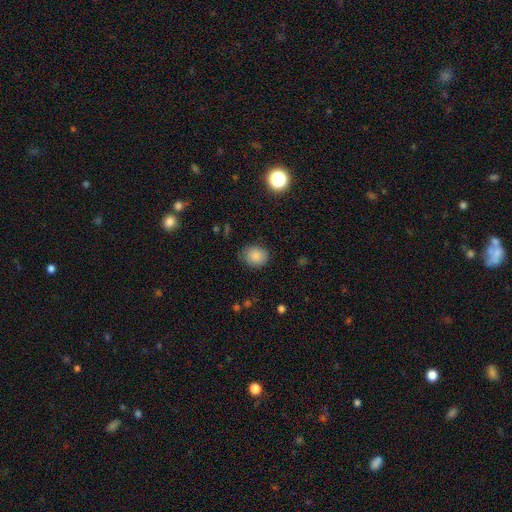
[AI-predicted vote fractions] Smooth or featured?
  - smooth: 85% *
  - star or artifact: 10%
  - featured or disk: 5%
How rounded?
  - round: 62% *
  - in between: 37%
  - cigar-shaped: 1%
Merging?
  - none: 80% *
  - minor disturbance: 15%
  - major disturbance: 4%
  - merger: 1%